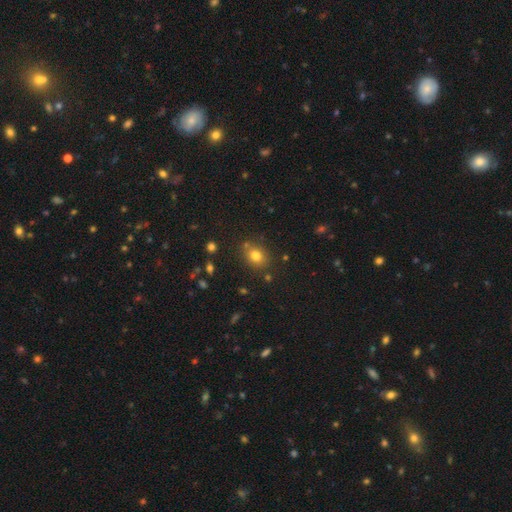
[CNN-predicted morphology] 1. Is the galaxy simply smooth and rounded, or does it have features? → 77% smooth, 14% star or artifact, 9% featured or disk.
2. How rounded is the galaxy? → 51% round, 48% in between, 1% cigar-shaped.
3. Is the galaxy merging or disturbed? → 77% none, 13% minor disturbance, 7% merger, 4% major disturbance.